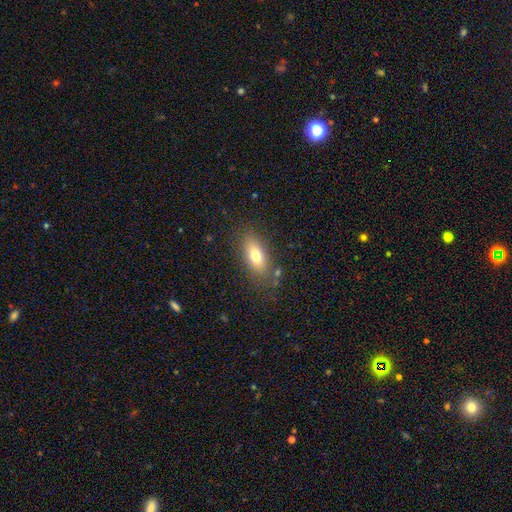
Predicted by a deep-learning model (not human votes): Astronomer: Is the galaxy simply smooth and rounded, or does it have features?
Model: smooth — 74%.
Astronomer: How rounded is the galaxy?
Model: in between — 81%.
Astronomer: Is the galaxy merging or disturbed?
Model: none — 79%.